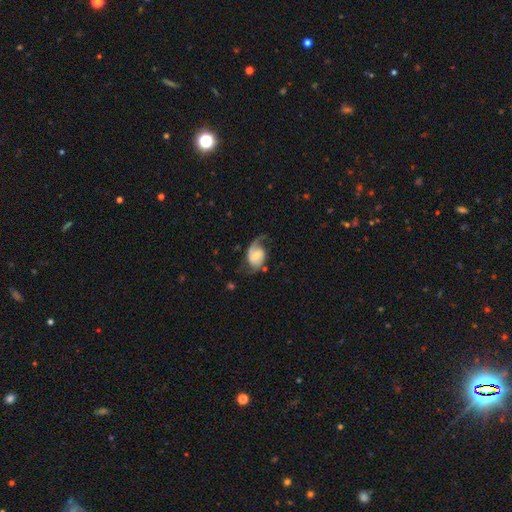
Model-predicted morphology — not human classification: Q: Smooth or featured?
A: featured or disk (75%); runner-up: smooth (19%)
Q: Edge-on disk?
A: no (97%); runner-up: yes (3%)
Q: Bar?
A: no (50%); runner-up: weak (38%)
Q: Spiral arms?
A: yes (93%); runner-up: no (7%)
Q: Spiral winding?
A: loose (43%); runner-up: medium (40%)
Q: Spiral arm count?
A: 2 (59%); runner-up: 1 (34%)
Q: Bulge size?
A: small (45%); runner-up: moderate (39%)
Q: Merging?
A: none (51%); runner-up: major disturbance (24%)